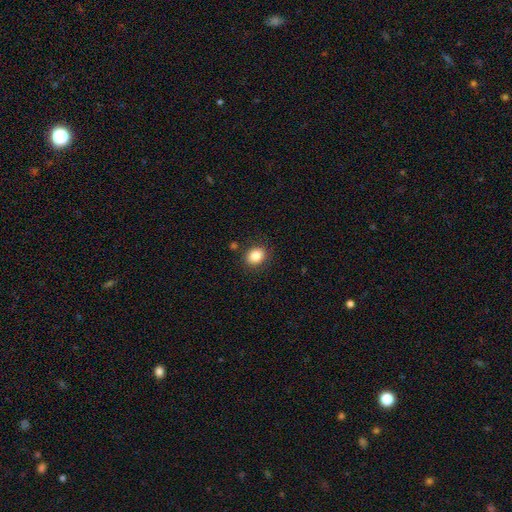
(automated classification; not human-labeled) smooth-or-featured: smooth: 85% | star or artifact: 9% | featured or disk: 5%
  how-rounded: round: 53% | in between: 46% | cigar-shaped: 1%
  merging: none: 85% | minor disturbance: 10% | major disturbance: 3% | merger: 2%